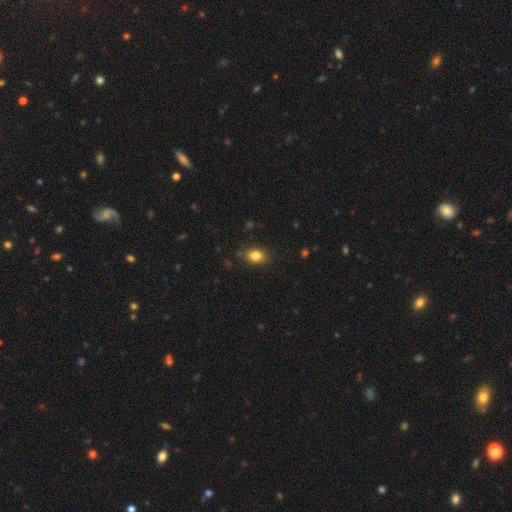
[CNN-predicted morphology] This appears to be a smooth galaxy with no disk features (83%) that is in between round and cigar-shaped (69%). Merging: none (84%).